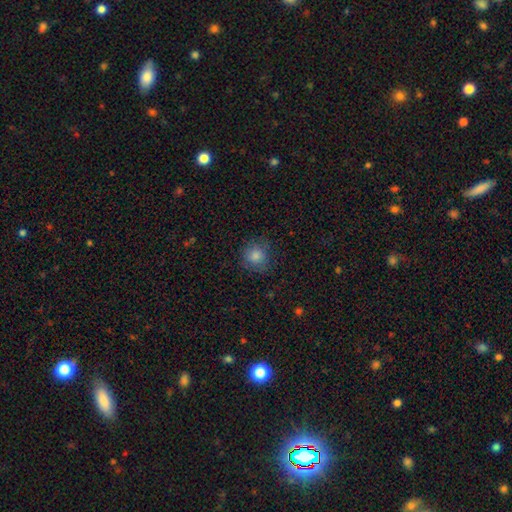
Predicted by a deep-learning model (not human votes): A smooth galaxy with no disk features (81%) that is round (89%).

Vote fractions:
- Smooth or featured? smooth: 81% / star or artifact: 12% / featured or disk: 7%
- How rounded? round: 89% / in between: 10% / cigar-shaped: 1%
- Merging? none: 82% / minor disturbance: 13% / major disturbance: 4% / merger: 1%